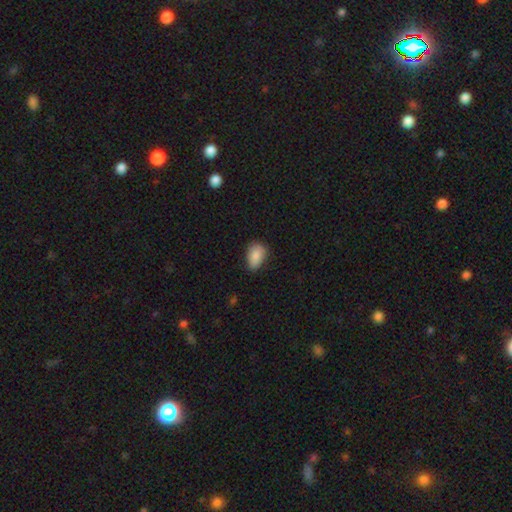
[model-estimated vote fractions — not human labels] A smooth galaxy with no disk features (85%) that is in between round and cigar-shaped (85%). Merging: none (66%).